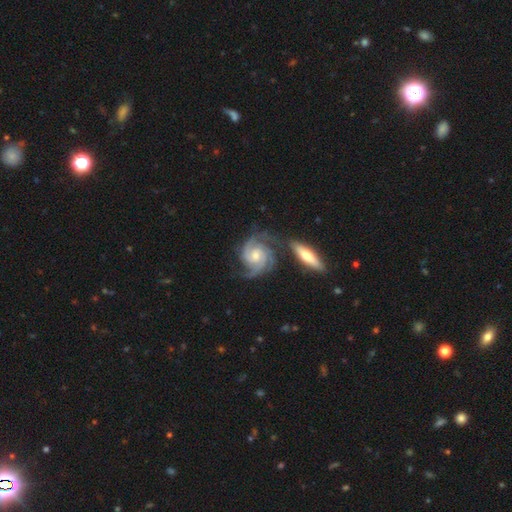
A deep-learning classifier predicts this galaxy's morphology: Q: Smooth or featured?
A: featured or disk (92%); runner-up: smooth (4%)
Q: Edge-on disk?
A: no (97%); runner-up: yes (3%)
Q: Bar?
A: no (56%); runner-up: weak (34%)
Q: Spiral arms?
A: yes (99%); runner-up: no (1%)
Q: Spiral winding?
A: tight (61%); runner-up: medium (34%)
Q: Spiral arm count?
A: 3 (44%); runner-up: 2 (31%)
Q: Bulge size?
A: moderate (51%); runner-up: small (40%)
Q: Merging?
A: none (63%); runner-up: minor disturbance (19%)